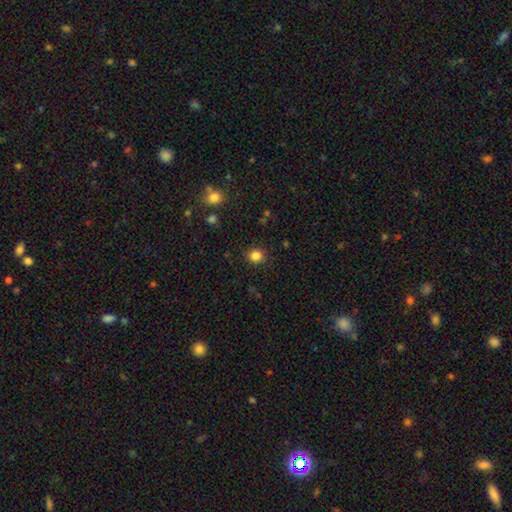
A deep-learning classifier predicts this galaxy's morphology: The model was most divided on "smooth or featured": smooth: 84%, star or artifact: 12%, featured or disk: 4%. More confident: merging — none (90%); how rounded — round (88%).